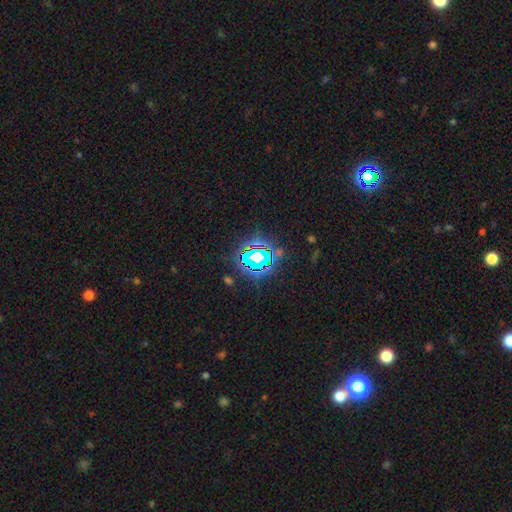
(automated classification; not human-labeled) Q: Smooth or featured?
A: star or artifact (78%); runner-up: smooth (13%)